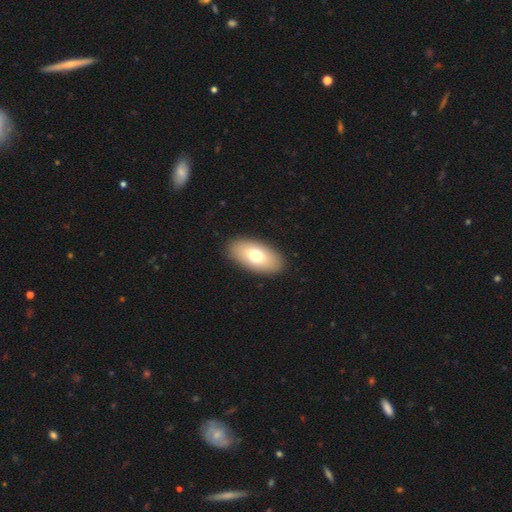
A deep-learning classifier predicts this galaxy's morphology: Overall: smooth (72%). How rounded: in between (93%). Merging: none (90%).